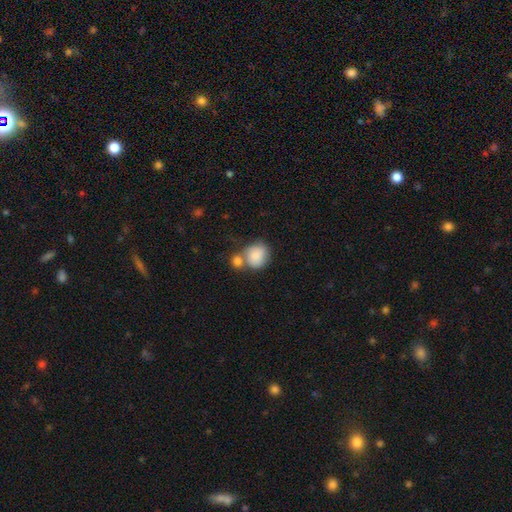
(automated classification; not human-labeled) Overall: smooth (84%). How rounded: round (70%). Merging: merger (42%; none 38%).